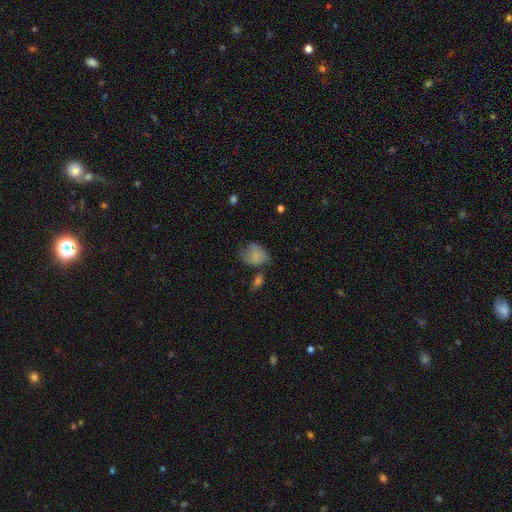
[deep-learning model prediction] Smooth or featured? Predicted: smooth (p=0.76). How rounded? Predicted: in between (p=0.60). Merging? Predicted: none (p=0.39).